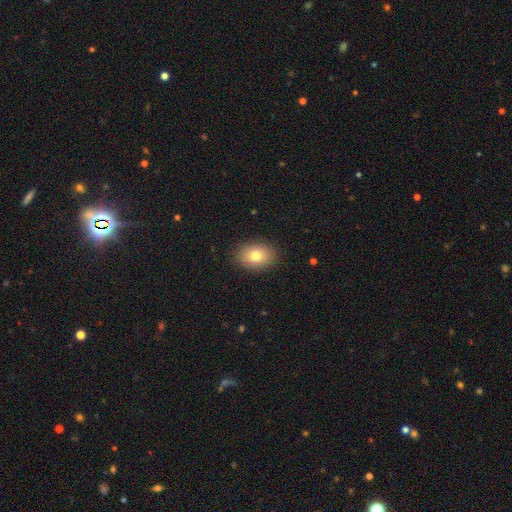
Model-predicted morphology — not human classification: The model was most divided on "how rounded": in between: 77%, round: 22%, cigar-shaped: 1%. More confident: merging — none (88%); smooth or featured — smooth (78%).